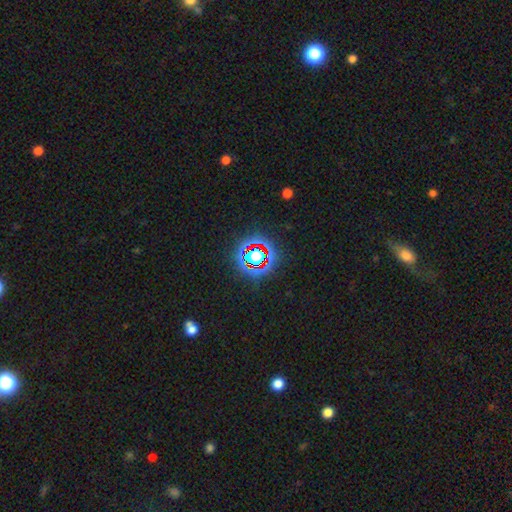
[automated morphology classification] Overall: star or artifact (71%).